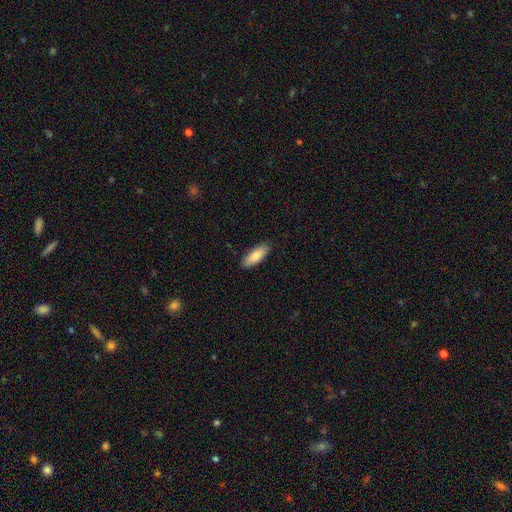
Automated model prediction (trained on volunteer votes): Q: Smooth or featured?
A: smooth (84%); runner-up: featured or disk (10%)
Q: How rounded?
A: in between (70%); runner-up: cigar-shaped (28%)
Q: Merging?
A: none (87%); runner-up: minor disturbance (10%)